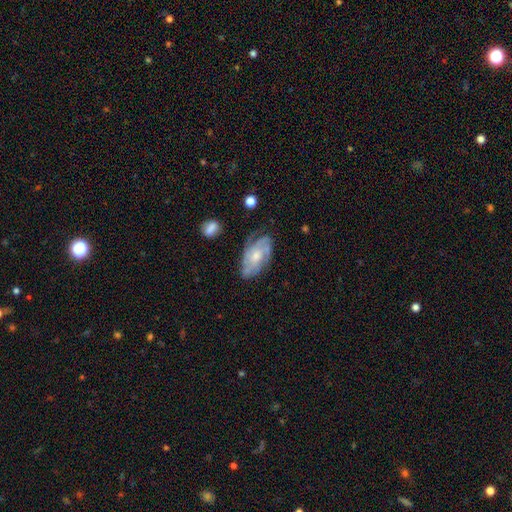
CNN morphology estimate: Q: Smooth or featured?
A: featured or disk (72%); runner-up: smooth (22%)
Q: Edge-on disk?
A: no (94%); runner-up: yes (6%)
Q: Bar?
A: no (74%); runner-up: weak (23%)
Q: Spiral arms?
A: yes (87%); runner-up: no (13%)
Q: Spiral winding?
A: tight (50%); runner-up: medium (37%)
Q: Spiral arm count?
A: can't tell (42%); runner-up: 3 (19%)
Q: Bulge size?
A: moderate (50%); runner-up: small (40%)
Q: Merging?
A: none (63%); runner-up: minor disturbance (25%)